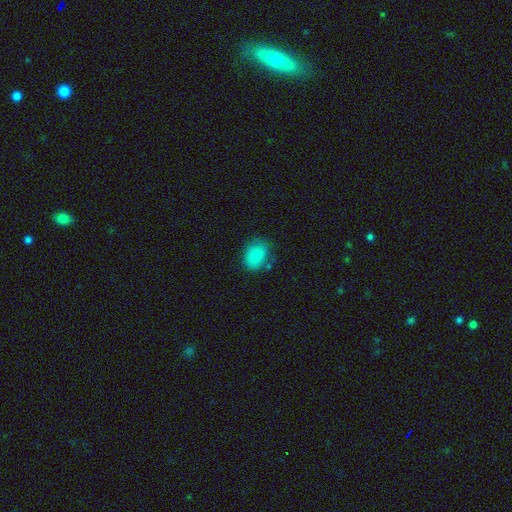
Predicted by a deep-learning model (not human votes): smooth 85%, star or artifact 8%, featured or disk 7%. Down the decision tree: how rounded — in between (70%); merging — none (72%).